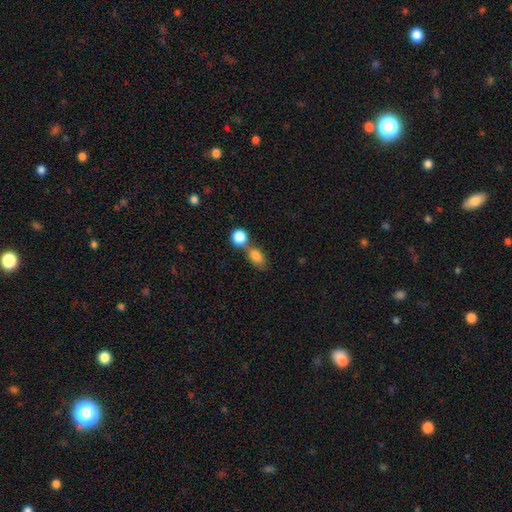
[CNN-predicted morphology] smooth_or_featured: smooth (p=0.83) [alt: star or artifact p=0.09]
how_rounded: in between (p=0.74) [alt: round p=0.21]
merging: merger (p=0.43) [alt: none p=0.41]